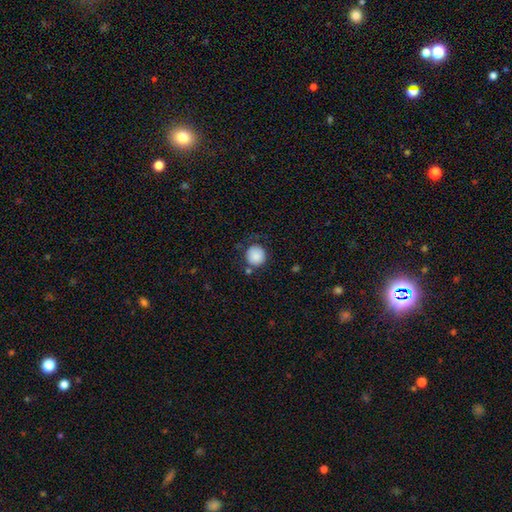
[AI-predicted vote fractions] Smooth or featured: smooth — 87% (star or artifact — 8%)
How rounded: round — 93% (in between — 6%)
Merging: none — 75% (minor disturbance — 14%)